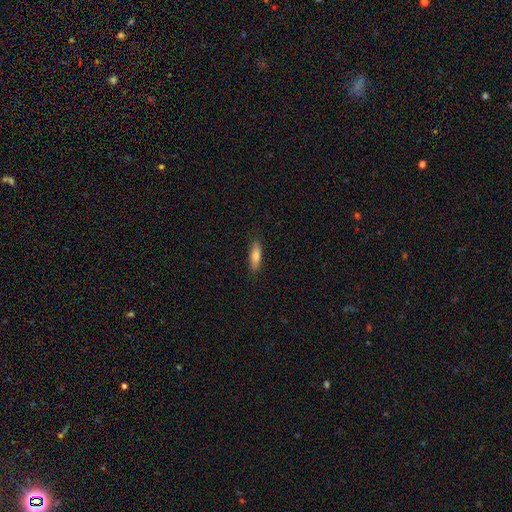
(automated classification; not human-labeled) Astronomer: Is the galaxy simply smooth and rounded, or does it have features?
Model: smooth — 78%.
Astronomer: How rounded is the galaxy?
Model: cigar-shaped — 56% (runner-up: in between, 42%).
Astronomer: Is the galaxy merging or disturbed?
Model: none — 86%.